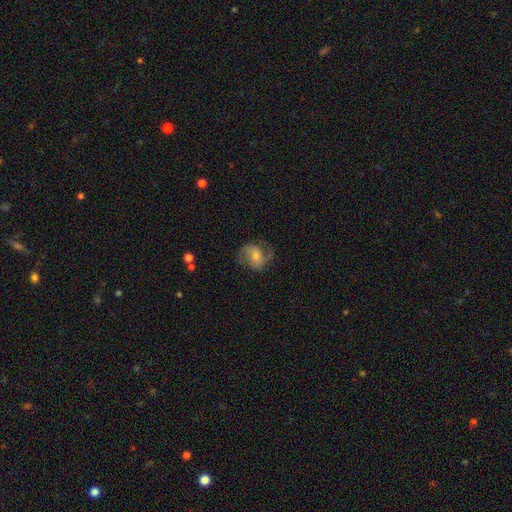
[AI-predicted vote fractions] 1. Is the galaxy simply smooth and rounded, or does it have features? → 60% featured or disk, 32% smooth, 8% star or artifact.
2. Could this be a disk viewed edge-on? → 97% no, 3% yes.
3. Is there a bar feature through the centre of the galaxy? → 49% no, 37% weak, 14% strong.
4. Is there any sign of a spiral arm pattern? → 88% yes, 12% no.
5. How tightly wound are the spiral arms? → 47% medium, 35% loose, 17% tight.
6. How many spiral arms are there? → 84% 2, 7% can't tell, 5% 1, 2% 3, 1% 4, 1% more than 4.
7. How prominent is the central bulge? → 46% small, 42% moderate, 5% large, 5% none, 2% dominant.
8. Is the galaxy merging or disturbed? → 64% none, 20% minor disturbance, 14% major disturbance, 2% merger.